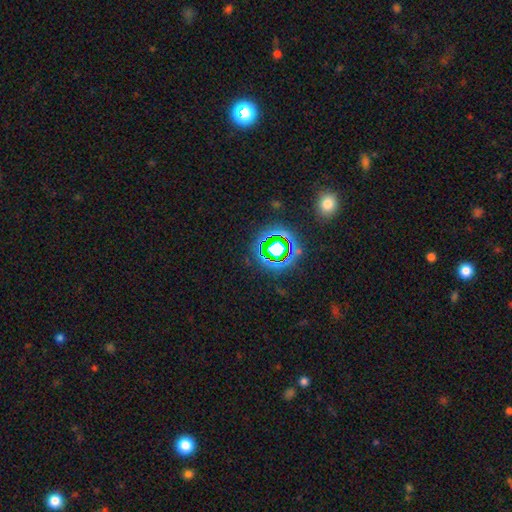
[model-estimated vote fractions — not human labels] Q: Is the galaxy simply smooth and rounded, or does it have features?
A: star or artifact — 74%.